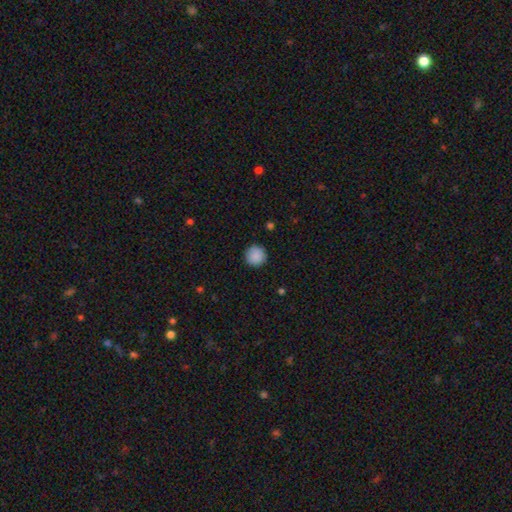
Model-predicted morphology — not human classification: Q: Smooth or featured?
A: smooth (89%); runner-up: star or artifact (8%)
Q: How rounded?
A: round (96%); runner-up: in between (3%)
Q: Merging?
A: none (91%); runner-up: minor disturbance (6%)